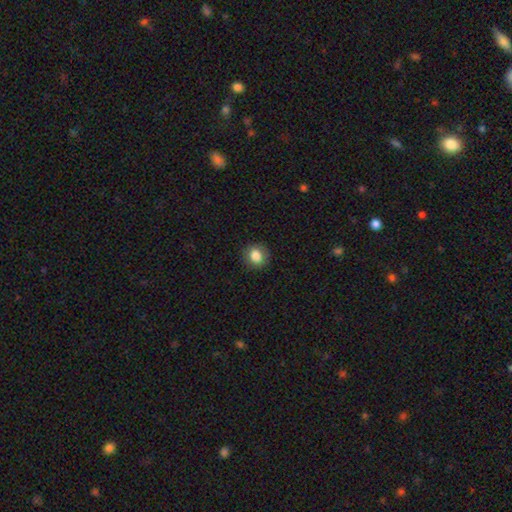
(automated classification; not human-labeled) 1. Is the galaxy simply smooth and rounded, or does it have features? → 84% smooth, 10% star or artifact, 6% featured or disk.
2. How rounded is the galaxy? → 73% round, 26% in between, 1% cigar-shaped.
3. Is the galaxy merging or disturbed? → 87% none, 10% minor disturbance, 3% major disturbance, 1% merger.